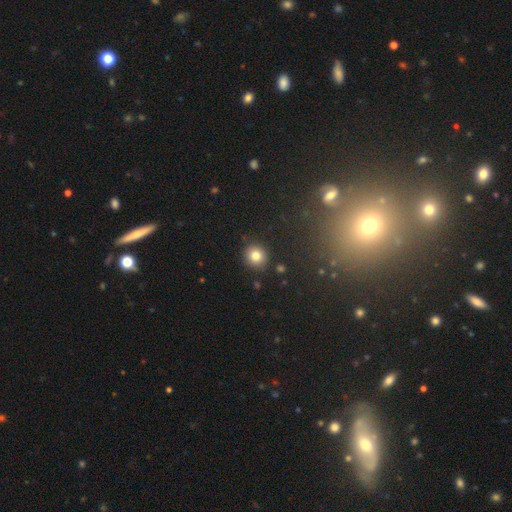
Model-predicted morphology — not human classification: Smooth or featured? smooth (80%)
How rounded? round (89%)
Merging? none (89%)